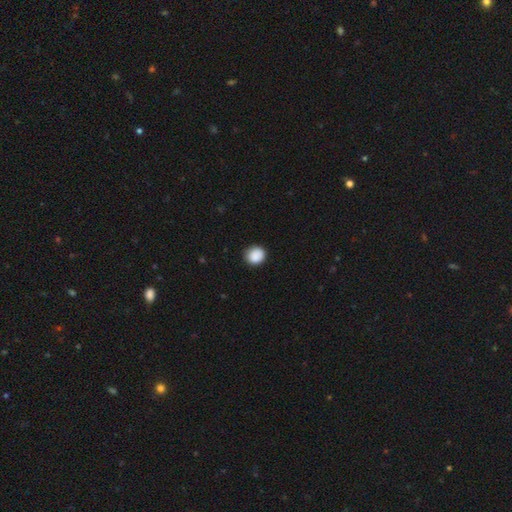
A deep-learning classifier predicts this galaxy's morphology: This appears to be a smooth galaxy with no disk features (88%) that is round (87%). Merging: none (85%).